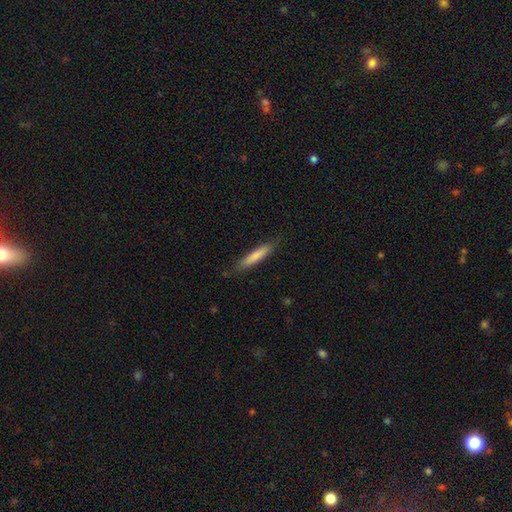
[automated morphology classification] smooth_or_featured: smooth (p=0.78) [alt: featured or disk p=0.17]
how_rounded: cigar-shaped (p=0.89) [alt: in between p=0.10]
merging: none (p=0.83) [alt: minor disturbance p=0.13]